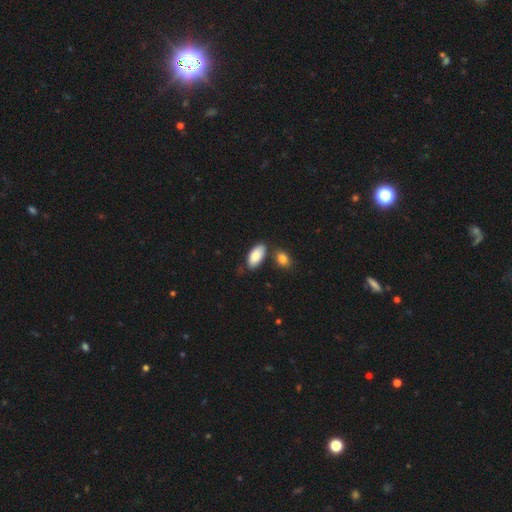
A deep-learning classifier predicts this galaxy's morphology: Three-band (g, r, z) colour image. It shows a smooth galaxy with no disk features (86%) that is in between round and cigar-shaped (93%). Merging: none (70%).